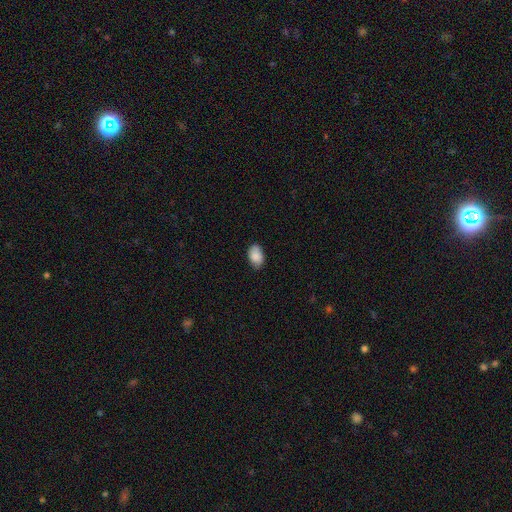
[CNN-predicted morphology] smooth 89%, star or artifact 7%, featured or disk 5%. Down the decision tree: how rounded — in between (89%); merging — none (81%).